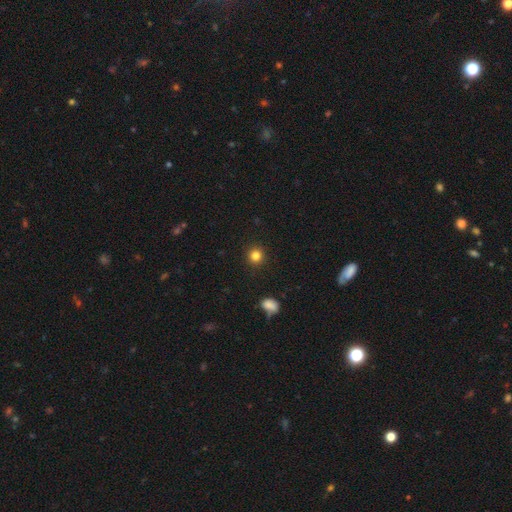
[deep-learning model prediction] Smooth or featured? smooth (83%)
How rounded? round (92%)
Merging? none (92%)